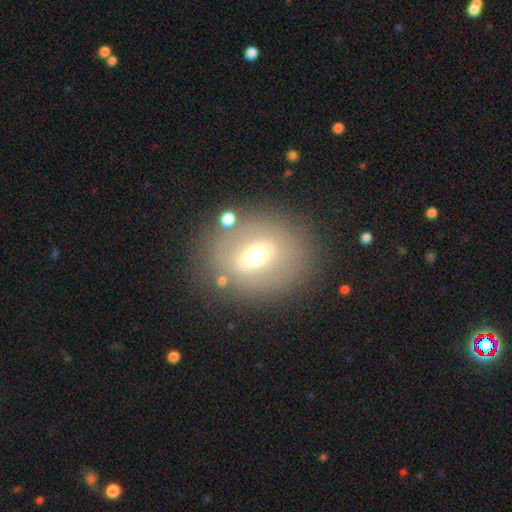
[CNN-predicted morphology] type=featured or disk (51%); edge-on=no (77%); merging=none (78%).